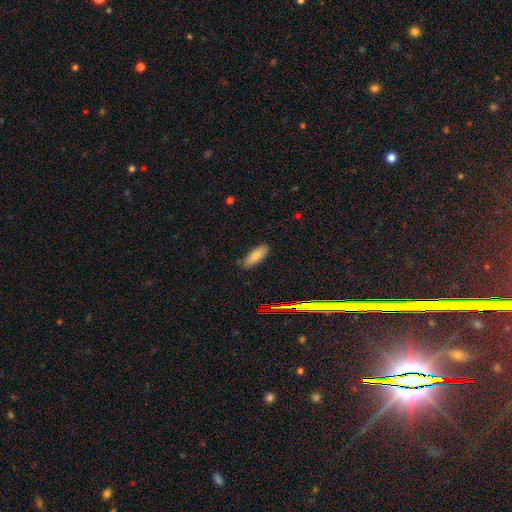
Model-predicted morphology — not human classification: Overall: smooth (82%). How rounded: in between (70%). Merging: none (82%).